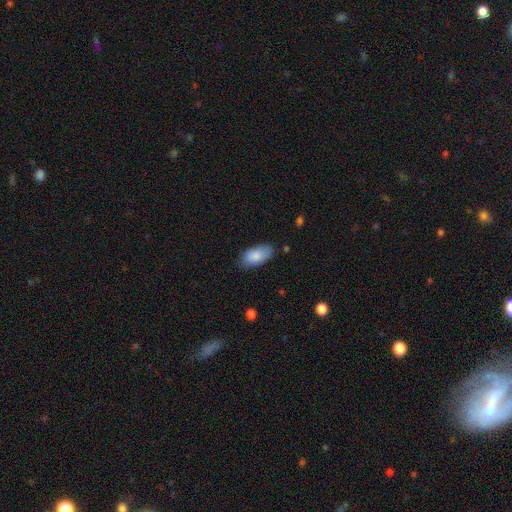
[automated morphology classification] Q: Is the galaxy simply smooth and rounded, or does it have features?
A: smooth — 85%.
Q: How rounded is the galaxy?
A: in between — 93%.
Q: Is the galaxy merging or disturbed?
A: none — 77%.